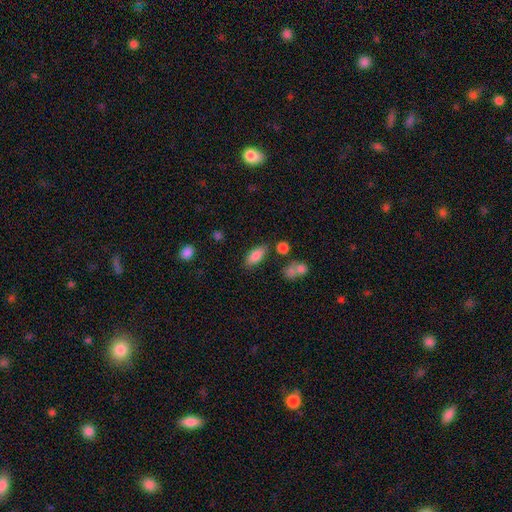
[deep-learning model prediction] Smooth or featured? smooth (83%)
How rounded? in between (82%)
Merging? none (77%)